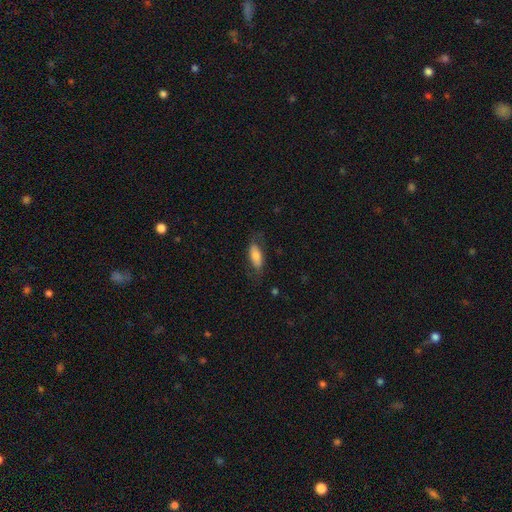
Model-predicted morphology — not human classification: Smooth or featured? Predicted: smooth (p=0.72). How rounded? Predicted: in between (p=0.78). Merging? Predicted: none (p=0.67).